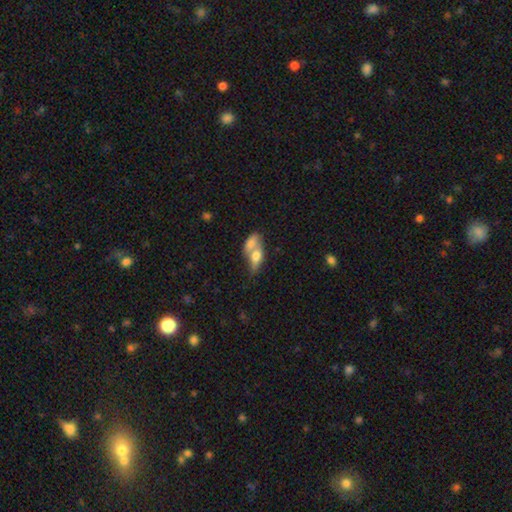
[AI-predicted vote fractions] This appears to be a smooth galaxy with no disk features (65%) that is in between round and cigar-shaped (77%). Merging: merger (70%).